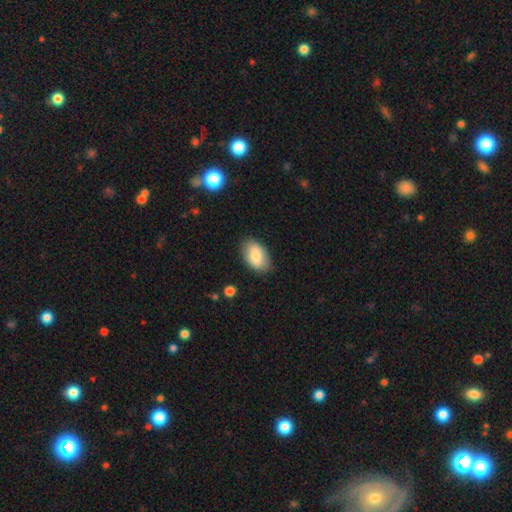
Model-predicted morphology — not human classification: Smooth or featured? smooth (81%)
How rounded? in between (92%)
Merging? none (84%)